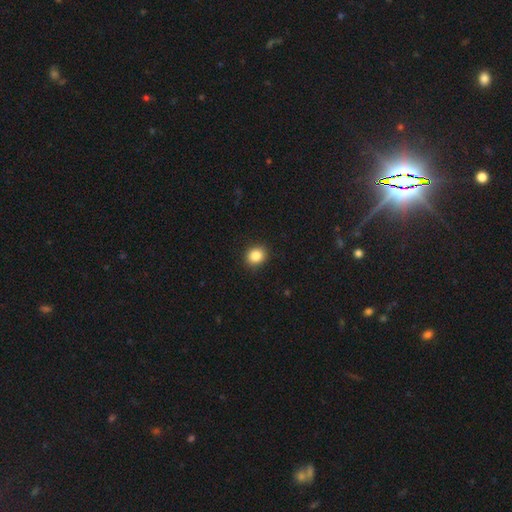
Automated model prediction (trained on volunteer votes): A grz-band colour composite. It shows a smooth galaxy with no disk features (86%) that is round (75%). Merging: none (91%).